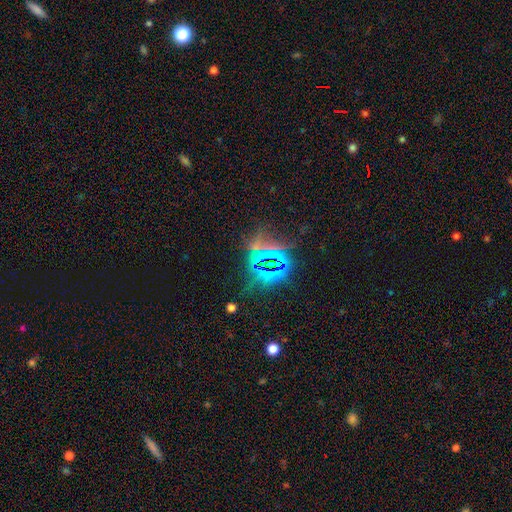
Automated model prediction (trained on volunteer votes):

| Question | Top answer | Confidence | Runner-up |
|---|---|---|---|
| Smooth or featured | star or artifact | 79% | smooth (12%) |